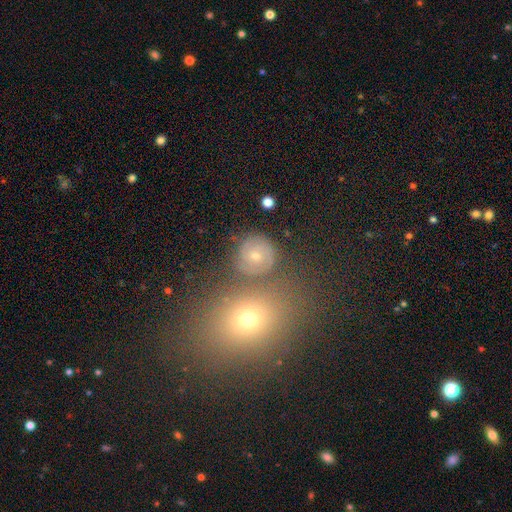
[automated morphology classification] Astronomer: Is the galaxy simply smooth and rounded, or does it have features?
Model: featured or disk — 48% (runner-up: smooth, 40%).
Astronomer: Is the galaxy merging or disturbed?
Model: none — 74%.